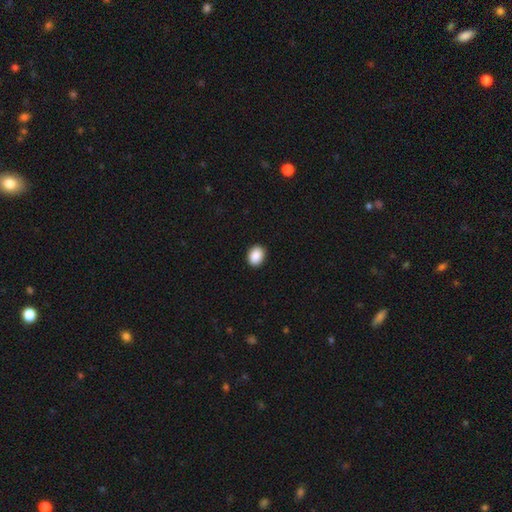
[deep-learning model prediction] Smooth or featured? Predicted: smooth (p=0.90). How rounded? Predicted: in between (p=0.60). Merging? Predicted: none (p=0.91).